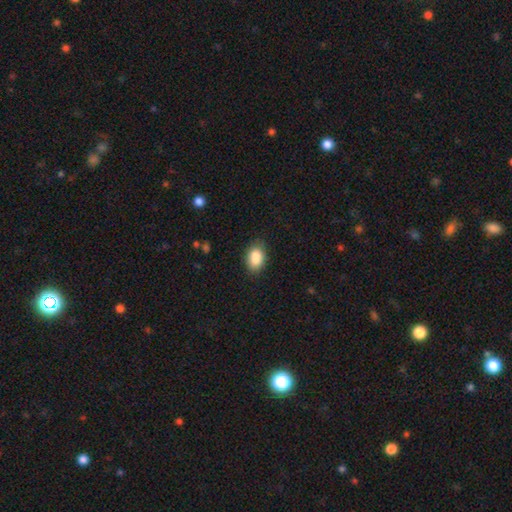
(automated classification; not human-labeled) Overall: smooth (88%). How rounded: in between (86%). Merging: none (80%).